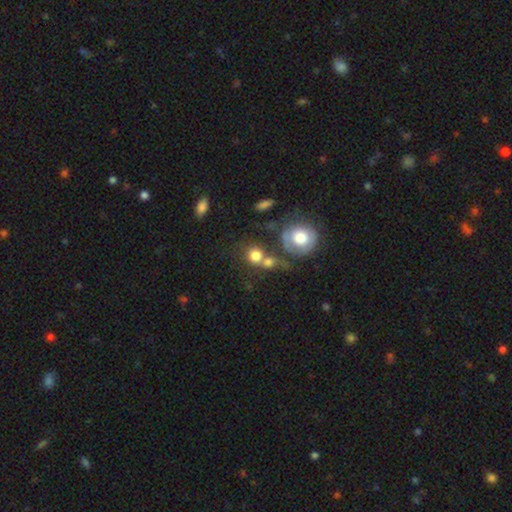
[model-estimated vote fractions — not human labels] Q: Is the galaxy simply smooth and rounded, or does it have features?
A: smooth — 73%.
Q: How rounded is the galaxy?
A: round — 83%.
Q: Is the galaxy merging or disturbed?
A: merger — 42%.